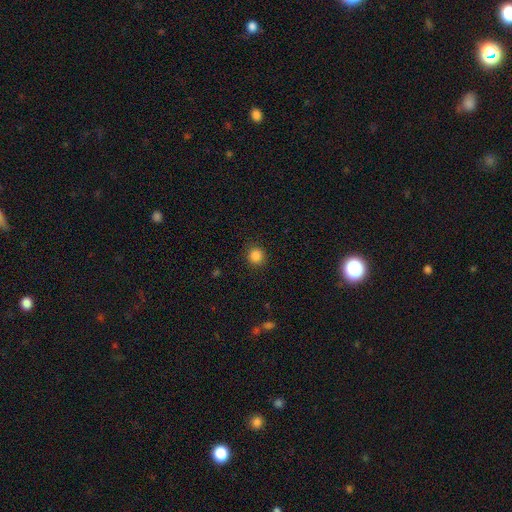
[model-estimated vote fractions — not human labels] This appears to be a smooth galaxy with no disk features (85%) that is round (92%). Merging: none (90%).